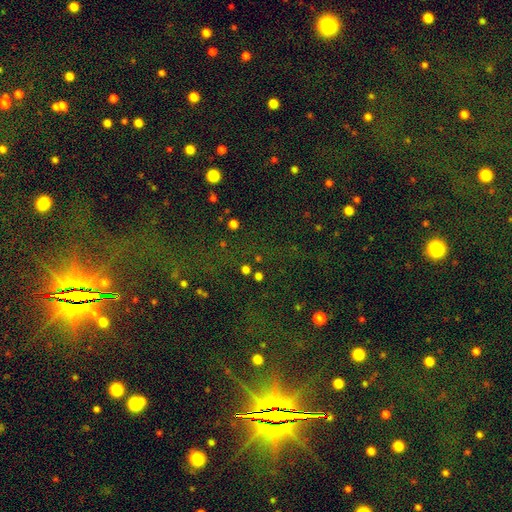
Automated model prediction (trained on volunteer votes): This appears to be a star or artifact, not a galaxy (84%).